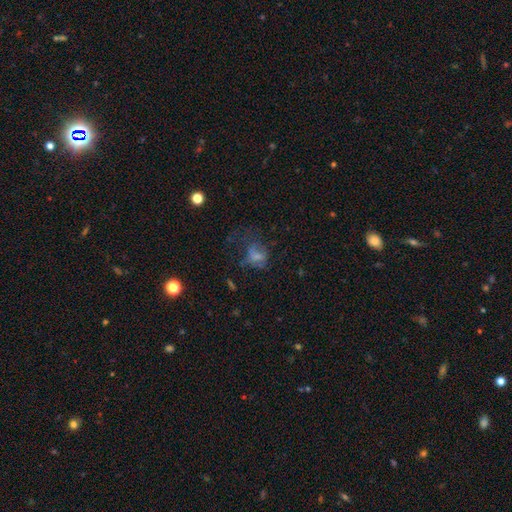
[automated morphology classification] This appears to be a smooth galaxy with no disk features (54%) that is in between round and cigar-shaped (50%). Merging: major disturbance (44%).